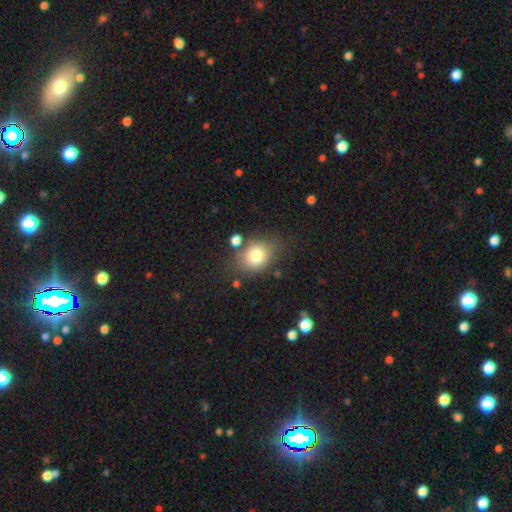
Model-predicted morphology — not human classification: smooth 77%, featured or disk 12%, star or artifact 11%. Down the decision tree: how rounded — in between (55%); merging — none (67%).